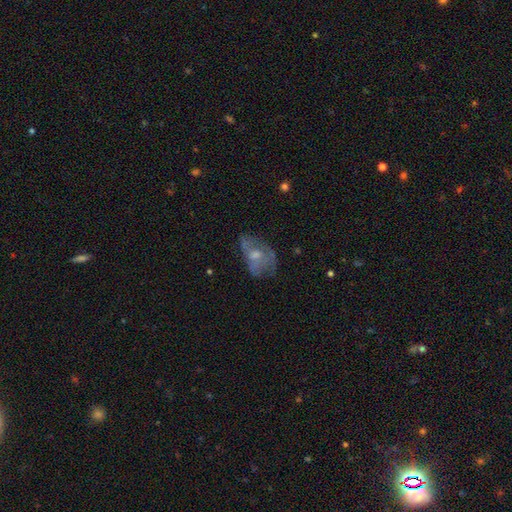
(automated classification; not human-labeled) Smooth or featured? Predicted: featured or disk (p=0.52). Edge-on disk? Predicted: no (p=0.96). Merging? Predicted: none (p=0.37).